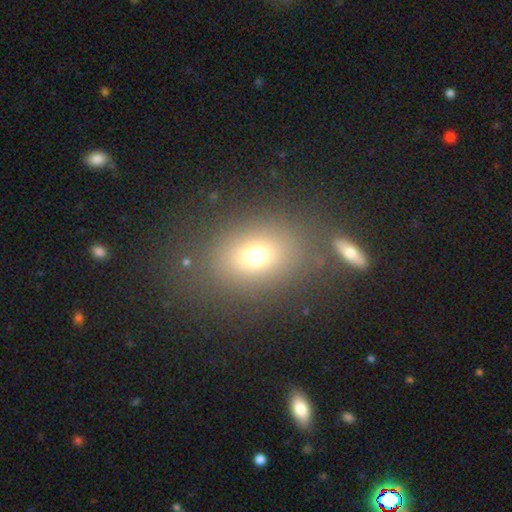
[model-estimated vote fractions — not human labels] smooth_or_featured: smooth (p=0.71) [alt: star or artifact p=0.16]
how_rounded: in between (p=0.57) [alt: round p=0.41]
merging: none (p=0.74) [alt: minor disturbance p=0.11]